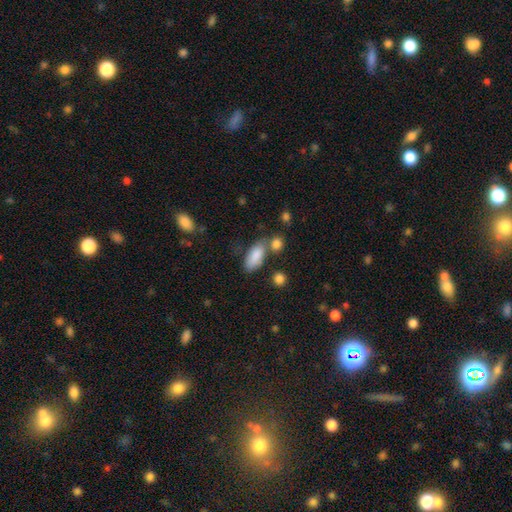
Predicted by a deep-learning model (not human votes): smooth_or_featured: smooth (p=0.85) [alt: featured or disk p=0.08]
how_rounded: in between (p=0.87) [alt: cigar-shaped p=0.10]
merging: none (p=0.55) [alt: minor disturbance p=0.19]